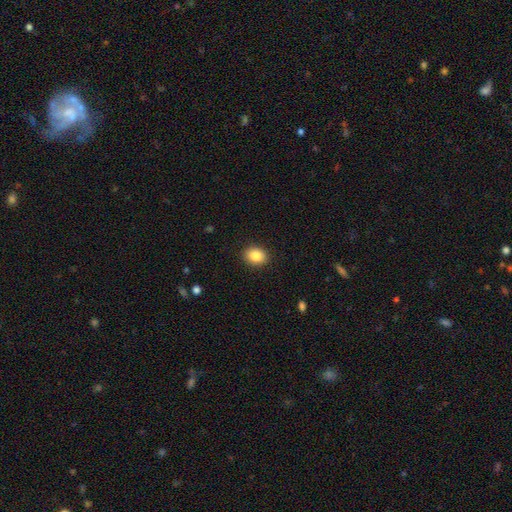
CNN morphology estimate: The model was most divided on "how rounded": in between: 56%, round: 43%, cigar-shaped: 1%. More confident: merging — none (90%); smooth or featured — smooth (87%).